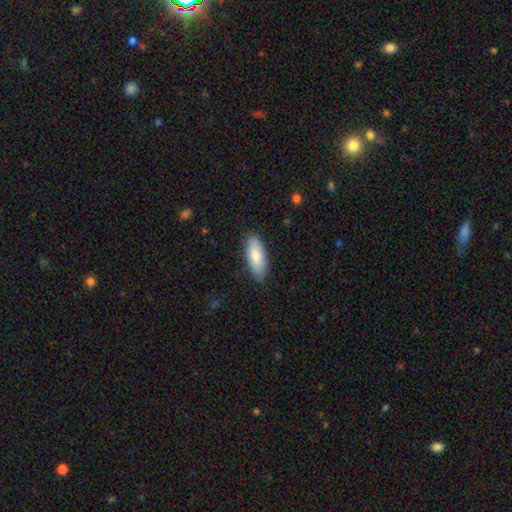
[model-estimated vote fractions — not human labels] Smooth or featured? Predicted: smooth (p=0.83). How rounded? Predicted: in between (p=0.76). Merging? Predicted: none (p=0.86).